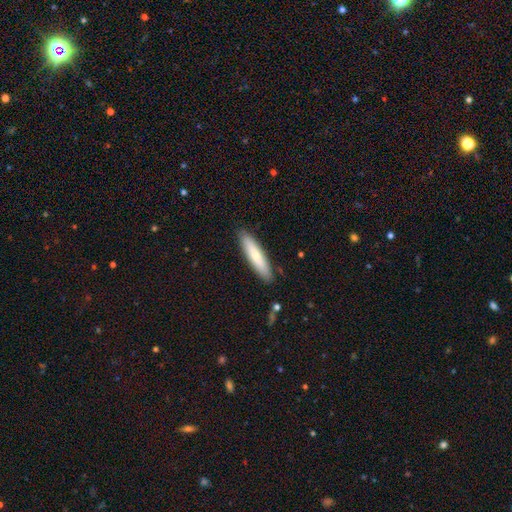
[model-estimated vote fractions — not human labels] Smooth or featured? Predicted: smooth (p=0.70). How rounded? Predicted: cigar-shaped (p=0.82). Merging? Predicted: none (p=0.89).